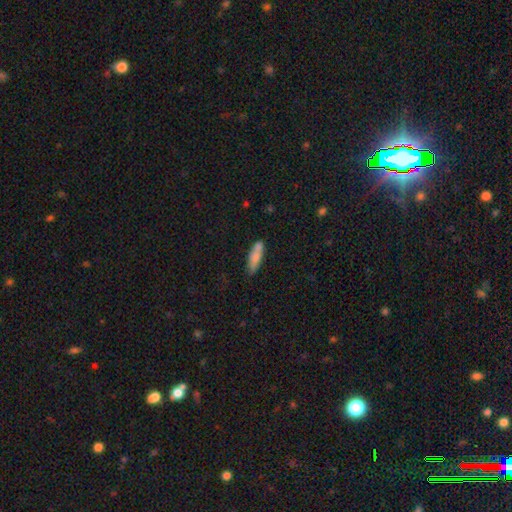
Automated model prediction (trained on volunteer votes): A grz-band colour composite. It shows a smooth galaxy with no disk features (78%) that is cigar-shaped (58%). Merging: none (66%).